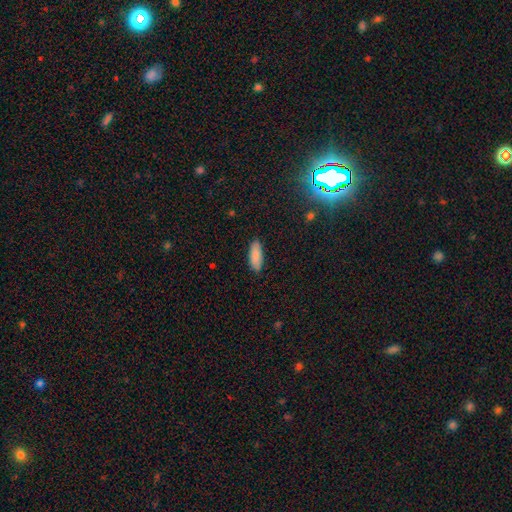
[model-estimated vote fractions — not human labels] Overall: smooth (88%). How rounded: in between (71%). Merging: none (88%).